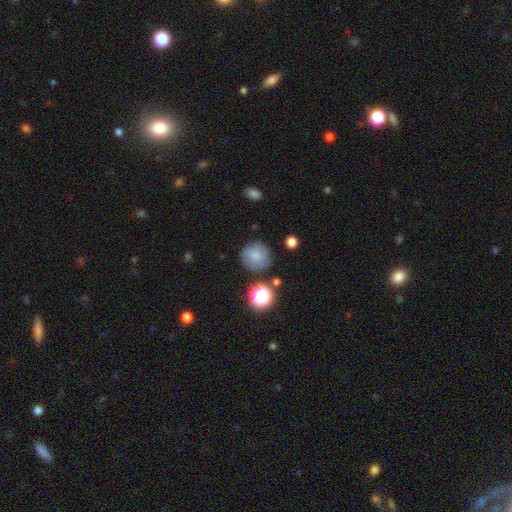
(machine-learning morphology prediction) The model was most divided on "smooth or featured": smooth: 79%, star or artifact: 12%, featured or disk: 9%. More confident: how rounded — round (92%); merging — none (80%).